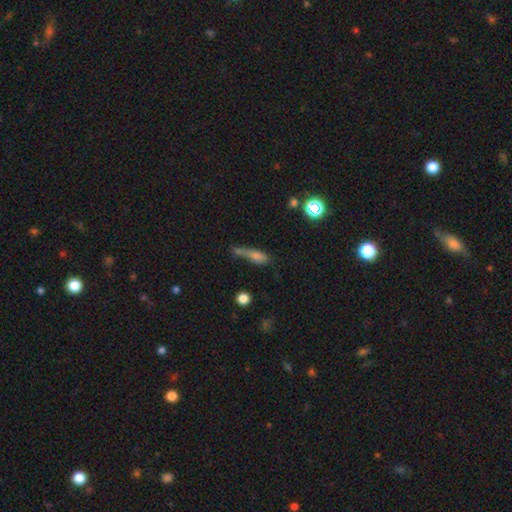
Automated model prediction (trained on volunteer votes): A smooth galaxy with no disk features (59%) that is cigar-shaped (58%). Merging: none (36%).